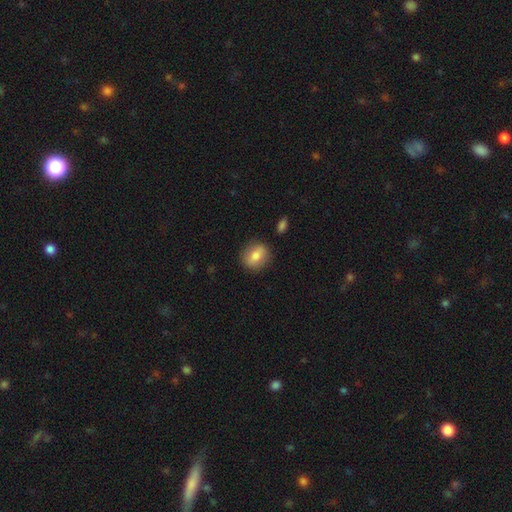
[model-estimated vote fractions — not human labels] The model was most divided on "how rounded": round: 61%, in between: 37%, cigar-shaped: 2%. More confident: merging — none (85%); smooth or featured — smooth (74%).